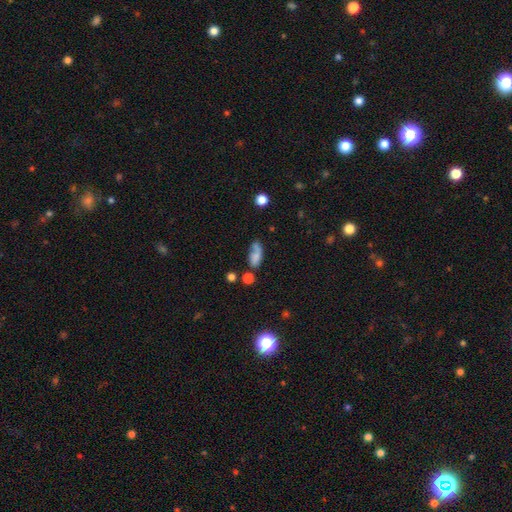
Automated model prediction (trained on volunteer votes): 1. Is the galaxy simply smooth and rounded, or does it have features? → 63% smooth, 26% featured or disk, 11% star or artifact.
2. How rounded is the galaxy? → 81% in between, 11% cigar-shaped, 9% round.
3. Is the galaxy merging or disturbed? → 40% none, 25% minor disturbance, 20% major disturbance, 15% merger.